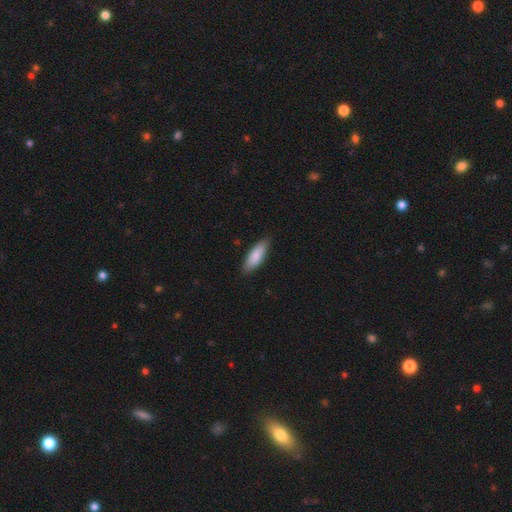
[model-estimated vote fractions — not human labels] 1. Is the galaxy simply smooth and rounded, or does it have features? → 85% smooth, 10% featured or disk, 5% star or artifact.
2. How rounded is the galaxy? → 61% in between, 37% cigar-shaped, 2% round.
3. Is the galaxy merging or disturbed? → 85% none, 12% minor disturbance, 2% major disturbance, 1% merger.